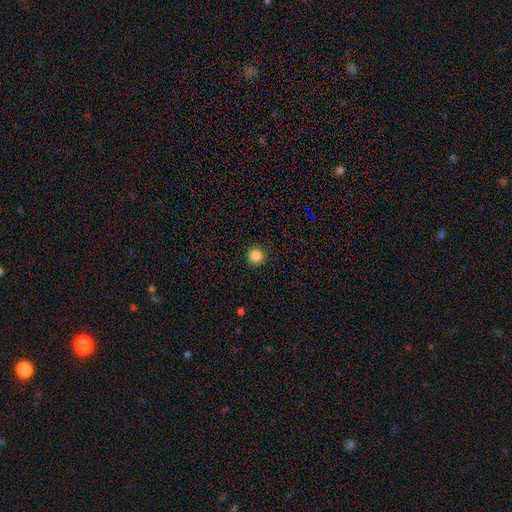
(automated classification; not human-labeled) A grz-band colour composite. It shows a smooth galaxy with no disk features (85%) that is round (96%). Merging: none (92%).